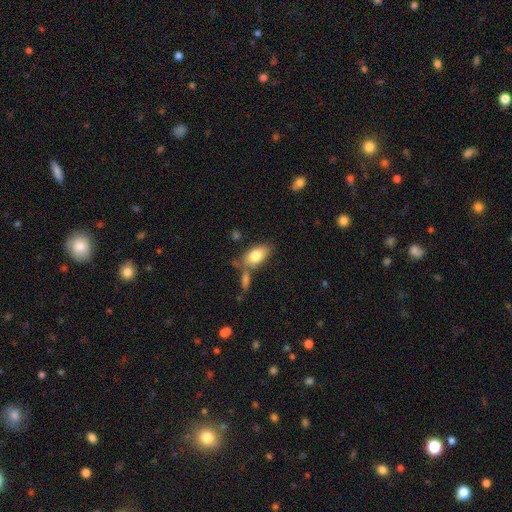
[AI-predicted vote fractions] The model was most divided on "merging": none: 59%, merger: 21%, minor disturbance: 16%, major disturbance: 5%. More confident: how rounded — in between (90%); smooth or featured — smooth (79%).